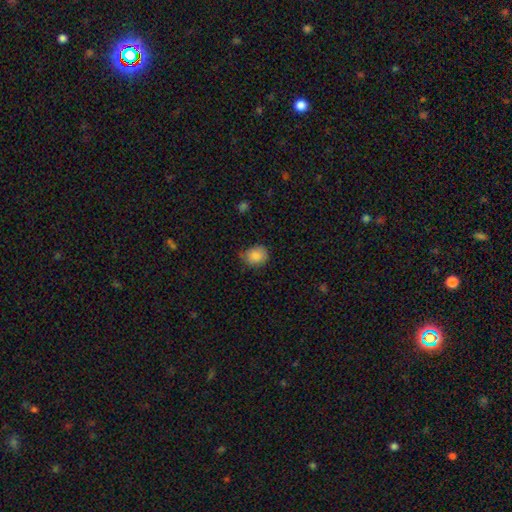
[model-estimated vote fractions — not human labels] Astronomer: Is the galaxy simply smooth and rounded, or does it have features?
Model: smooth — 85%.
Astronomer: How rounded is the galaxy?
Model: round — 61% (runner-up: in between, 38%).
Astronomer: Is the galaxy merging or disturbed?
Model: none — 66%.